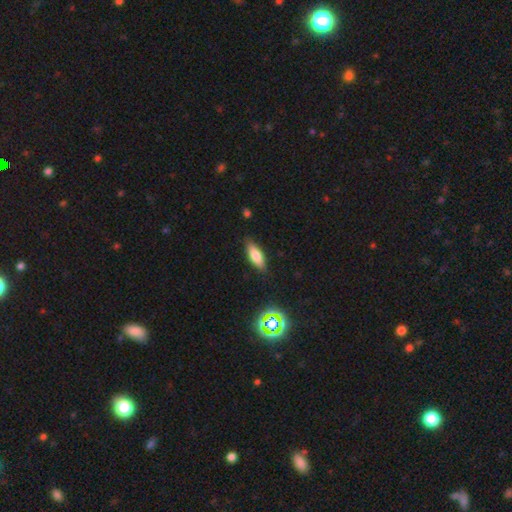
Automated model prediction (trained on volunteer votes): Smooth or featured? Predicted: smooth (p=0.70). How rounded? Predicted: in between (p=0.62). Merging? Predicted: none (p=0.84).